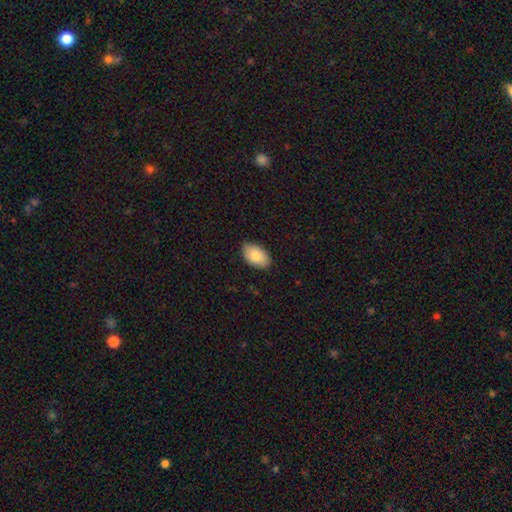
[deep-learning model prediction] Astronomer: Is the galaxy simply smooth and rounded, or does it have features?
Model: smooth — 86%.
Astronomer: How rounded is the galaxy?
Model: in between — 94%.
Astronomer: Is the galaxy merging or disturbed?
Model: none — 85%.